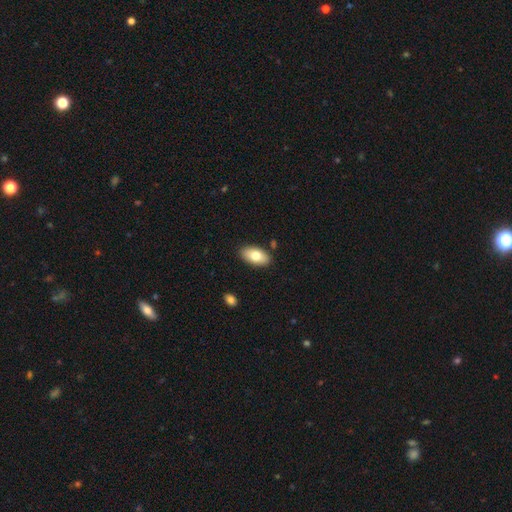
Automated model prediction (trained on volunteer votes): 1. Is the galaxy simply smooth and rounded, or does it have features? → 76% smooth, 18% featured or disk, 7% star or artifact.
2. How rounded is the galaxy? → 94% in between, 4% round, 3% cigar-shaped.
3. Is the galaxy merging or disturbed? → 86% none, 9% minor disturbance, 2% merger, 2% major disturbance.